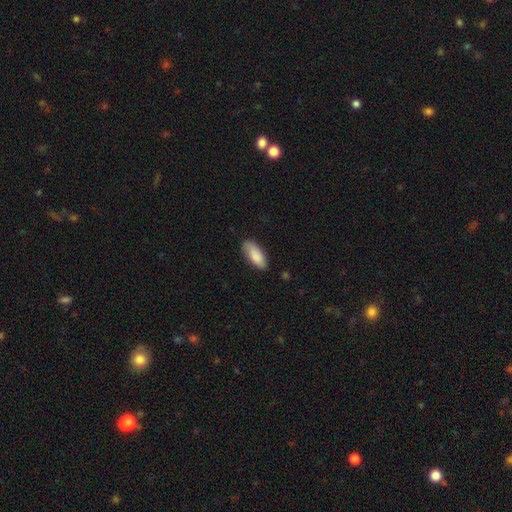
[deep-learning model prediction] Smooth or featured?
  - smooth: 86% *
  - featured or disk: 8%
  - star or artifact: 6%
How rounded?
  - in between: 82% *
  - cigar-shaped: 16%
  - round: 2%
Merging?
  - none: 78% *
  - minor disturbance: 18%
  - major disturbance: 3%
  - merger: 1%